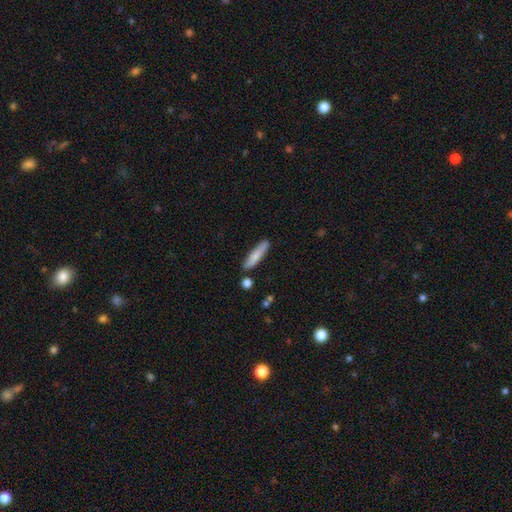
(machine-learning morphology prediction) type=smooth (77%); roundness=cigar-shaped (84%); merging=none (82%).